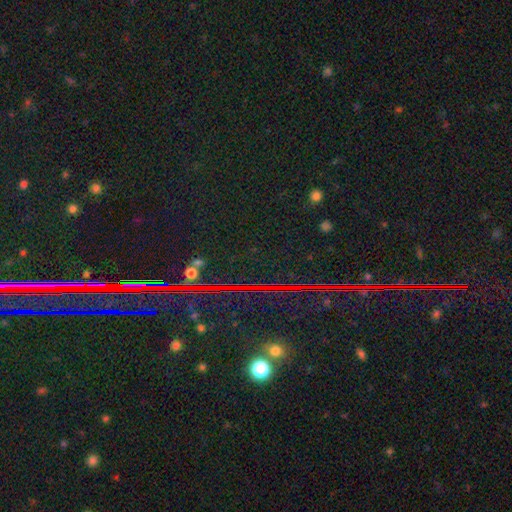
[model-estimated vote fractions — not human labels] Q: Smooth or featured?
A: star or artifact (83%); runner-up: smooth (9%)